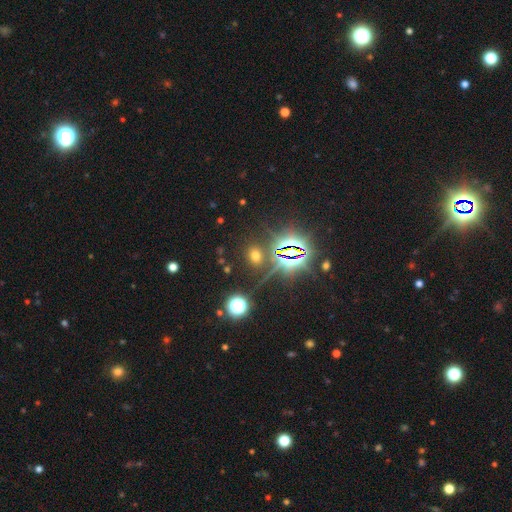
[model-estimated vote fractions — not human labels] smooth_or_featured: smooth (p=0.49) [alt: star or artifact p=0.42]
merging: none (p=0.82) [alt: minor disturbance p=0.09]